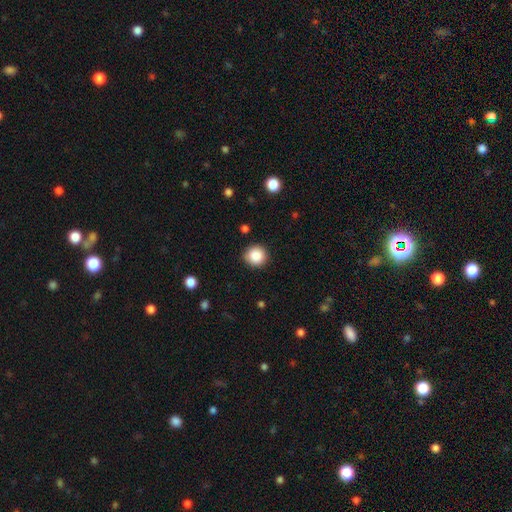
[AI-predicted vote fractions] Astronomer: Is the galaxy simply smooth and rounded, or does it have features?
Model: smooth — 87%.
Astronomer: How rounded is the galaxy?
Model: round — 94%.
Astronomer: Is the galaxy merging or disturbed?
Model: none — 89%.